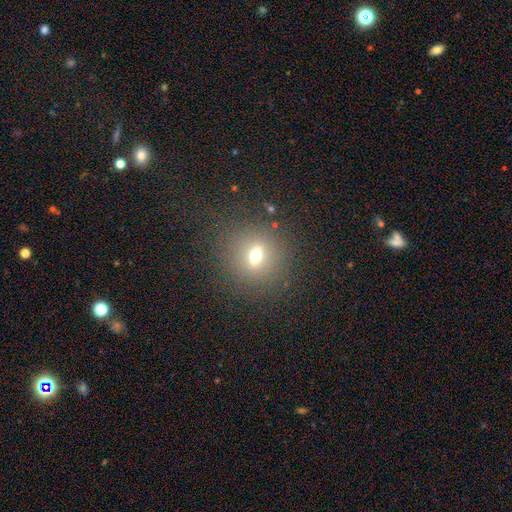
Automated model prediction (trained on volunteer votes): A smooth galaxy with no disk features (57%) that is round (71%). Merging: none (82%).